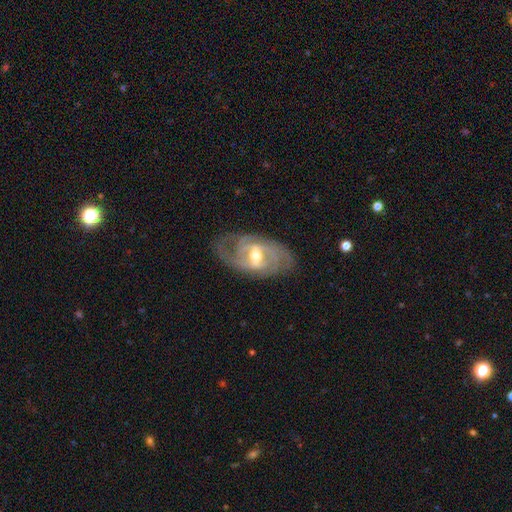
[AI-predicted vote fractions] Overall: featured or disk (87%). Edge-on disk: no (95%). Bar: strong (45%; weak 42%). Spiral arms: yes (91%). Spiral arm count: 2 (44%; can't tell 25%). Spiral winding: tight (53%; medium 36%). Bulge size: moderate (70%). Merging: none (73%).